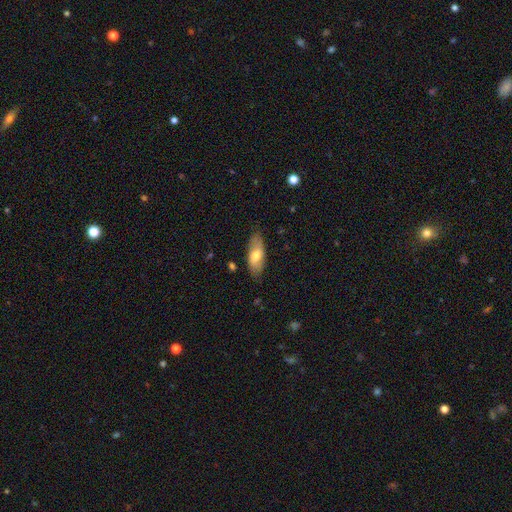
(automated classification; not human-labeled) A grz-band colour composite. It shows a smooth galaxy with no disk features (68%) that is in between round and cigar-shaped (83%). Merging: none (81%).